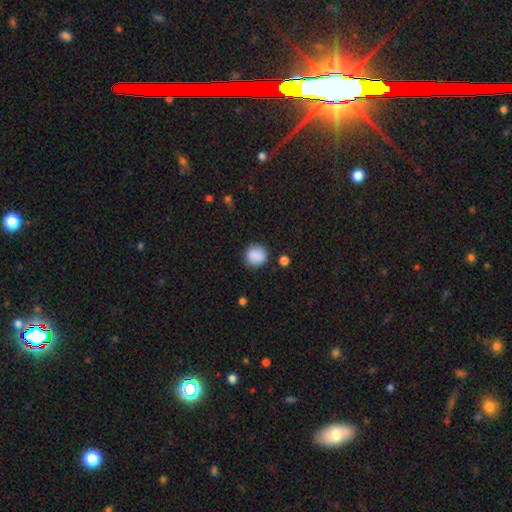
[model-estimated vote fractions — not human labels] Overall: smooth (88%). How rounded: round (89%). Merging: none (85%).